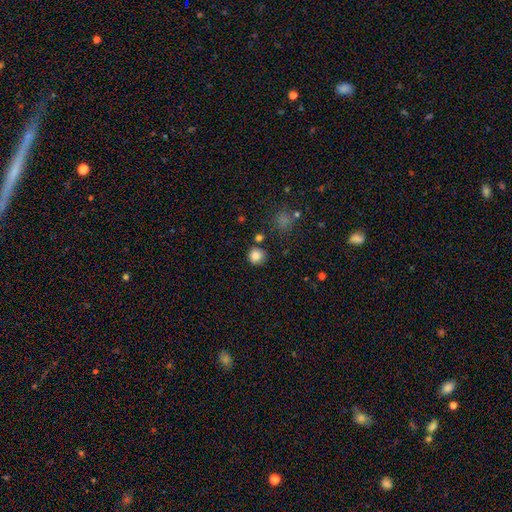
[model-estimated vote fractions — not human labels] smooth-or-featured: smooth: 84% | star or artifact: 11% | featured or disk: 5%
  how-rounded: round: 93% | in between: 6% | cigar-shaped: 1%
  merging: none: 83% | minor disturbance: 9% | merger: 5% | major disturbance: 3%